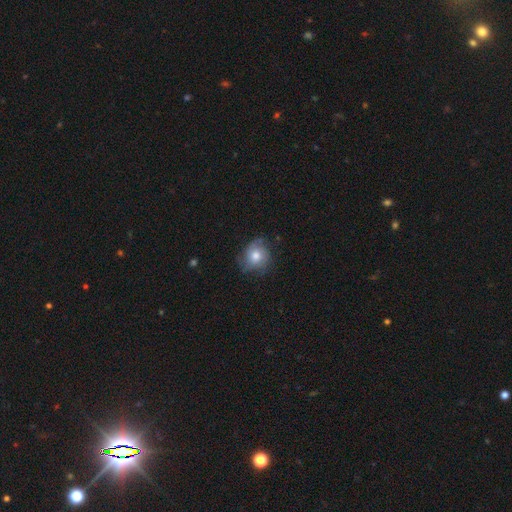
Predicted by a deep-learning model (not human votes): Smooth or featured: smooth — 54% (featured or disk — 37%)
How rounded: round — 77% (in between — 22%)
Merging: none — 64% (minor disturbance — 25%)